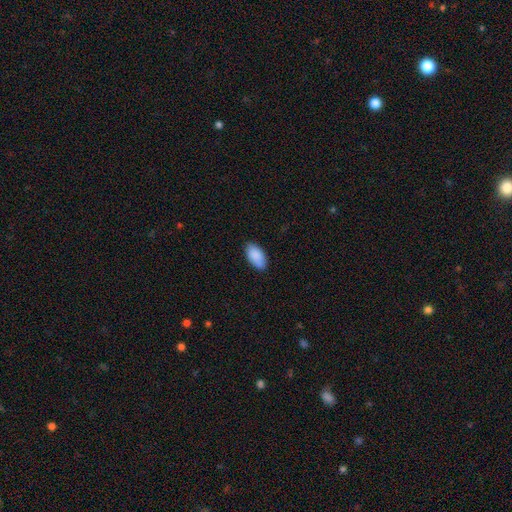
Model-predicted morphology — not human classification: Smooth or featured?
  - smooth: 88% *
  - star or artifact: 6%
  - featured or disk: 6%
How rounded?
  - in between: 94% *
  - cigar-shaped: 3%
  - round: 3%
Merging?
  - none: 81% *
  - minor disturbance: 15%
  - major disturbance: 2%
  - merger: 1%